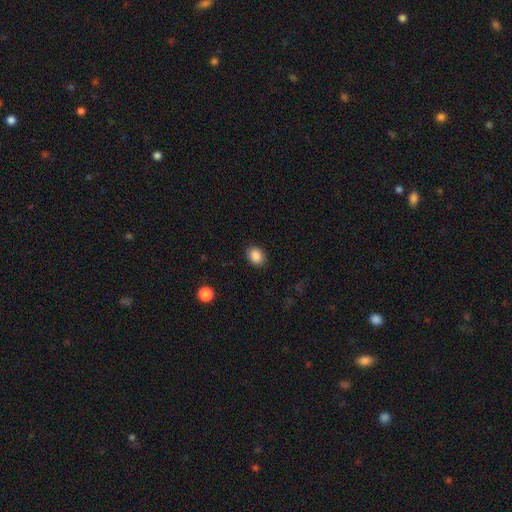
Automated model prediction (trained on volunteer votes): Morphology: type=smooth (88%); roundness=in between (66%); merging=none (88%).